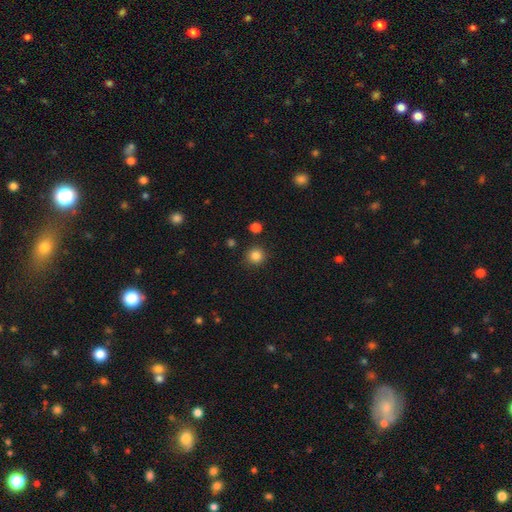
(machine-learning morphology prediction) smooth-or-featured: smooth: 84% | star or artifact: 12% | featured or disk: 4%
  how-rounded: round: 94% | in between: 5% | cigar-shaped: 1%
  merging: none: 90% | minor disturbance: 6% | merger: 2% | major disturbance: 2%